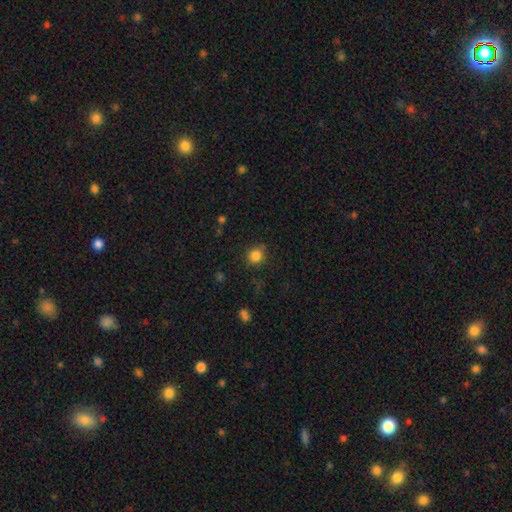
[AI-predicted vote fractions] This appears to be a smooth galaxy with no disk features (84%) that is round (86%). Merging: none (82%).